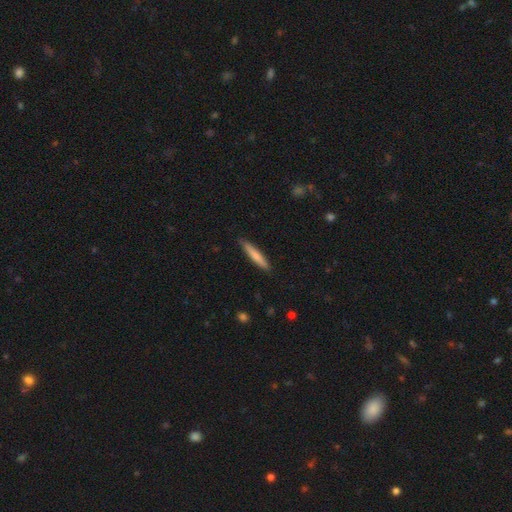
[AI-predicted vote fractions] A smooth galaxy with no disk features (72%) that is cigar-shaped (93%). Merging: none (88%).